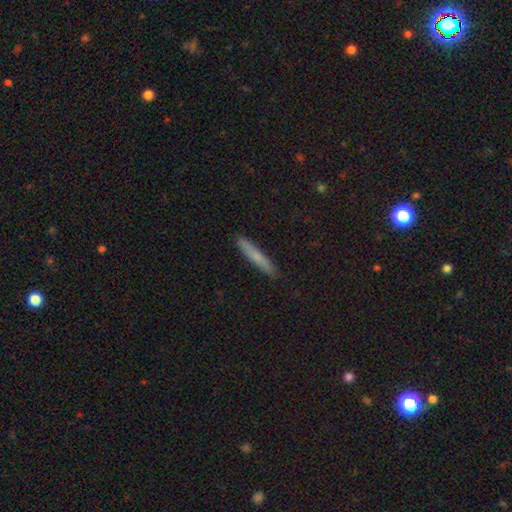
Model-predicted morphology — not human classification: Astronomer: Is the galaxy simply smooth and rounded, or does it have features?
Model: smooth — 73%.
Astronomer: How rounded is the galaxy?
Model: cigar-shaped — 94%.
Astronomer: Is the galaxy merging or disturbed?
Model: none — 90%.